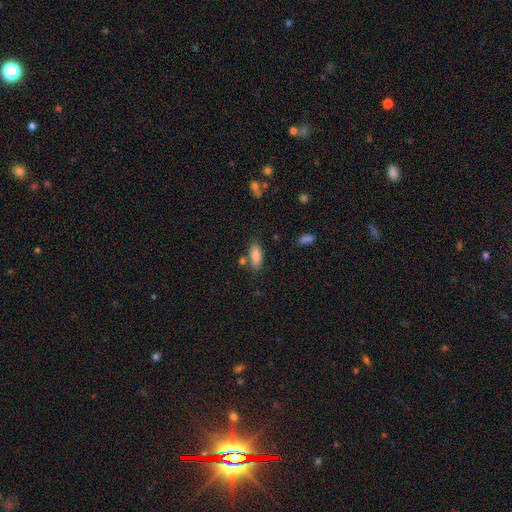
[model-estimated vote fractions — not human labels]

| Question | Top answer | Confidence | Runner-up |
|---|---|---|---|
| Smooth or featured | smooth | 85% | featured or disk (8%) |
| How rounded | in between | 79% | cigar-shaped (19%) |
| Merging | none | 75% | minor disturbance (13%) |